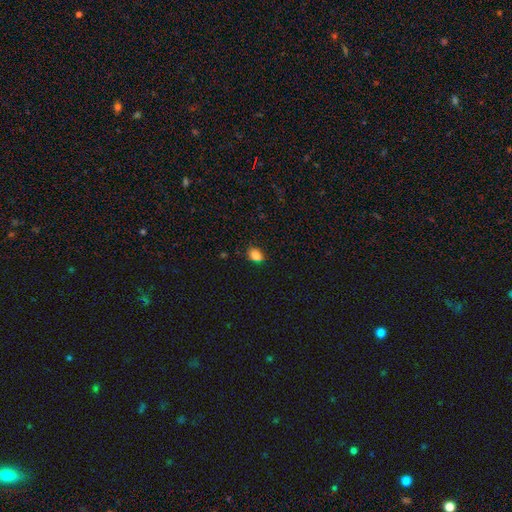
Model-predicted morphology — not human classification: This is clearly a smooth galaxy (85%). How rounded: likely in between (67%). Merging: clearly none (80%).